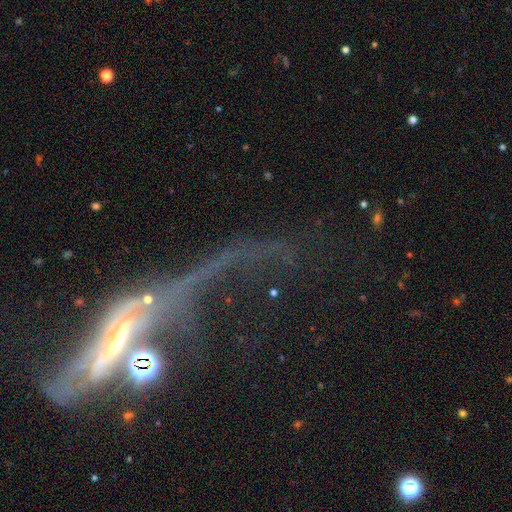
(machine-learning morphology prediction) Smooth or featured? Predicted: featured or disk (p=0.65). Edge-on disk? Predicted: no (p=0.69). Merging? Predicted: major disturbance (p=0.40).